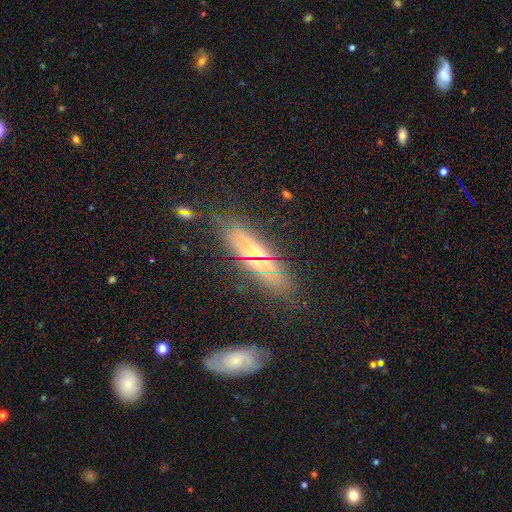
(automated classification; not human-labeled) This is possibly a smooth galaxy (51%). How rounded: possibly in between (53%). Merging: clearly none (83%).